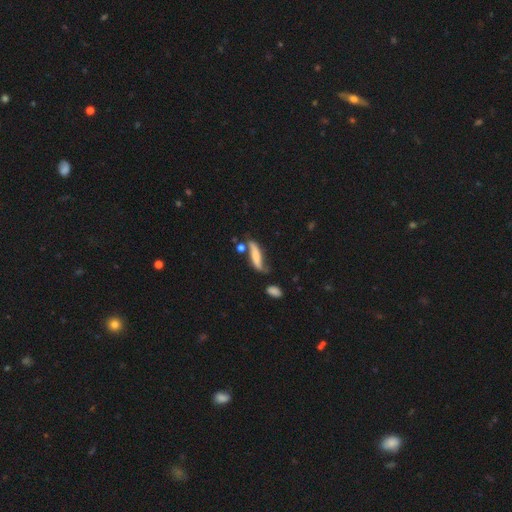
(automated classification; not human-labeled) smooth 55%, featured or disk 37%, star or artifact 8%. Down the decision tree: how rounded — cigar-shaped (69%); merging — none (50%).